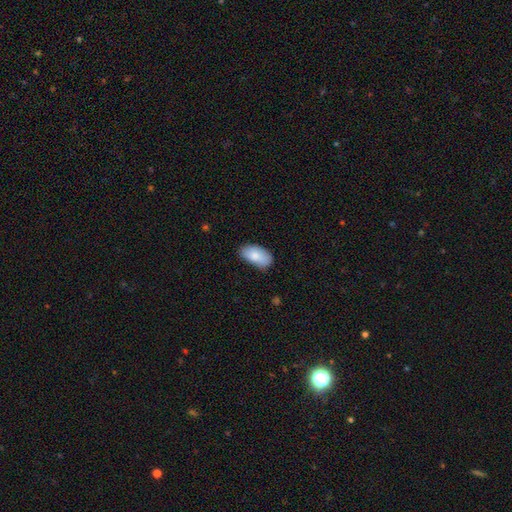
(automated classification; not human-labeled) Q: Smooth or featured?
A: smooth (84%); runner-up: featured or disk (9%)
Q: How rounded?
A: in between (95%); runner-up: cigar-shaped (3%)
Q: Merging?
A: none (76%); runner-up: minor disturbance (19%)